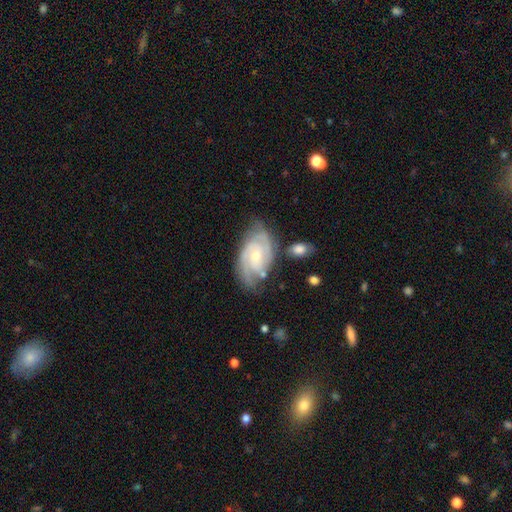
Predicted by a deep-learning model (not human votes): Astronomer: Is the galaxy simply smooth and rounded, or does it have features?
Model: featured or disk — 87%.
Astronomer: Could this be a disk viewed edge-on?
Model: no — 96%.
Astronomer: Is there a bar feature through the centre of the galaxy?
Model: no — 64%.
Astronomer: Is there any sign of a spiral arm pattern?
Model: yes — 97%.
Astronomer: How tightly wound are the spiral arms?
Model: tight — 63%.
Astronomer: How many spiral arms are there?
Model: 2 — 52%.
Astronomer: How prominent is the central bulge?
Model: small — 50% (runner-up: moderate, 47%).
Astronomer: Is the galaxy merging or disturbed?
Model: none — 71%.